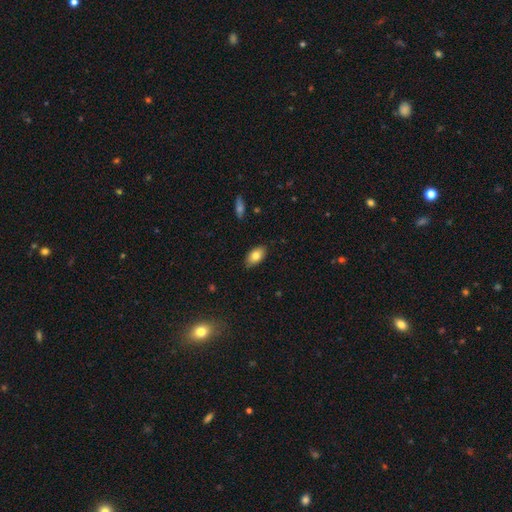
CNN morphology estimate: This is likely a smooth galaxy (79%). How rounded: clearly in between (92%). Merging: clearly none (85%).